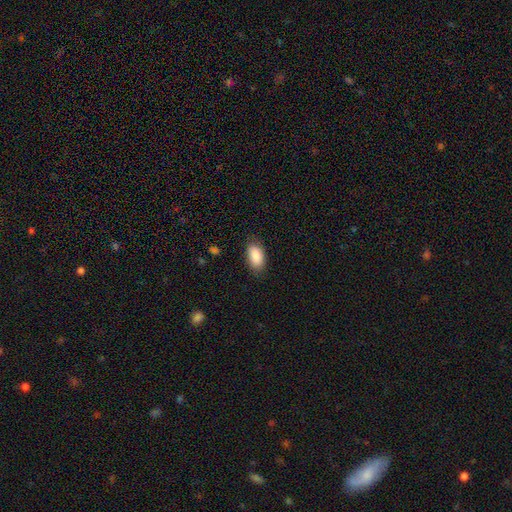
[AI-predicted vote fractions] smooth 88%, star or artifact 7%, featured or disk 6%. Down the decision tree: how rounded — in between (94%); merging — none (80%).